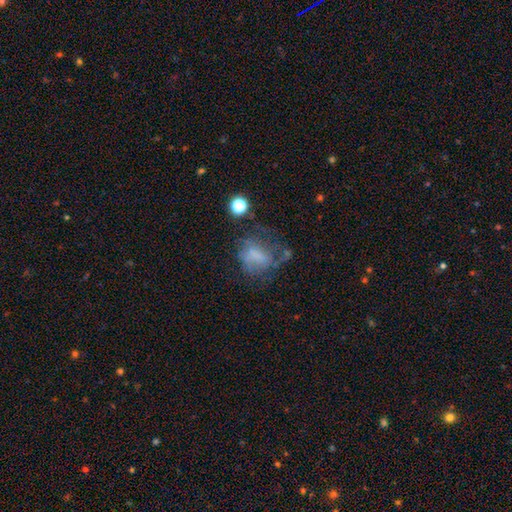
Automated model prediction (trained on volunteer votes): This is marginally a smooth galaxy (44%). Merging: marginally major disturbance (37%).